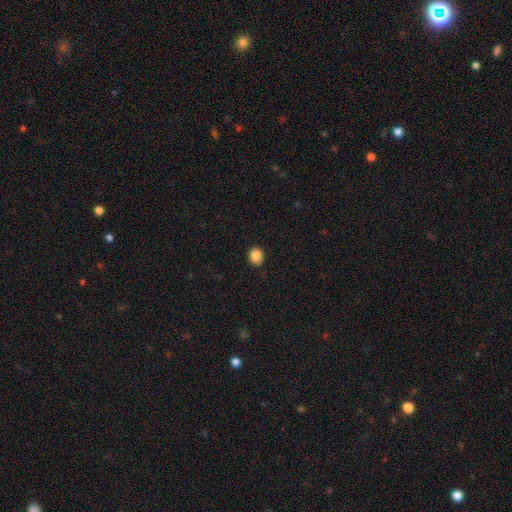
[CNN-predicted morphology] smooth-or-featured: smooth: 86% | star or artifact: 10% | featured or disk: 4%
  how-rounded: round: 68% | in between: 31% | cigar-shaped: 1%
  merging: none: 90% | minor disturbance: 7% | major disturbance: 2% | merger: 1%